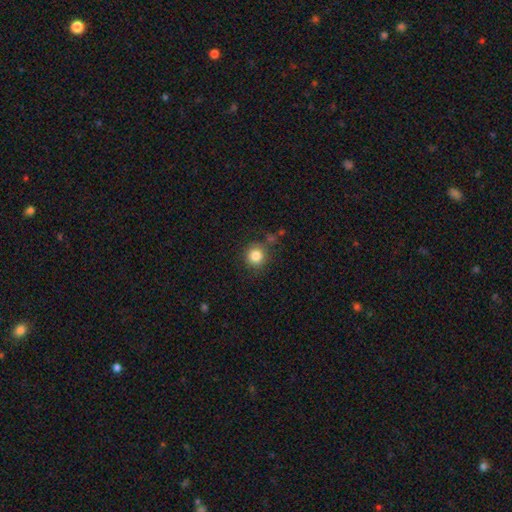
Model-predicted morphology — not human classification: A smooth galaxy with no disk features (84%) that is round (92%).

Vote fractions:
- Smooth or featured? smooth: 84% / star or artifact: 11% / featured or disk: 6%
- How rounded? round: 92% / in between: 7% / cigar-shaped: 1%
- Merging? none: 80% / minor disturbance: 11% / merger: 5% / major disturbance: 4%